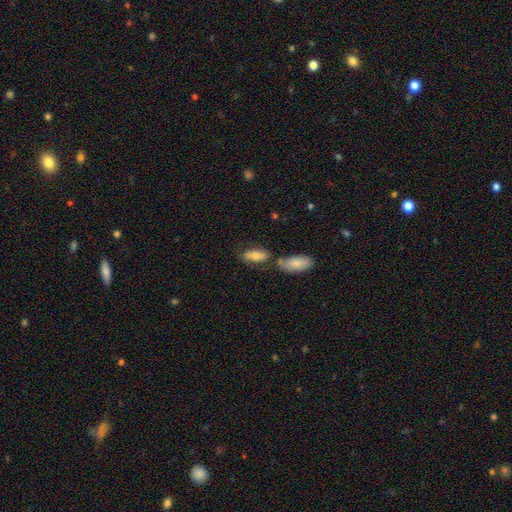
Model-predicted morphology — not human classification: This is likely a smooth galaxy (68%). How rounded: likely in between (77%). Merging: possibly none (51%).